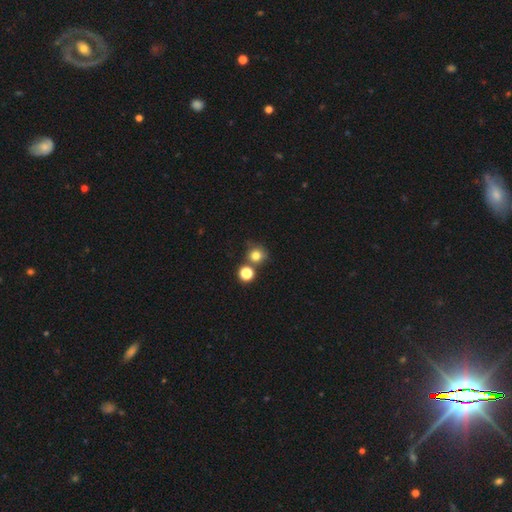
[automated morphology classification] This is likely a smooth galaxy (78%). How rounded: clearly round (86%). Merging: likely none (64%).